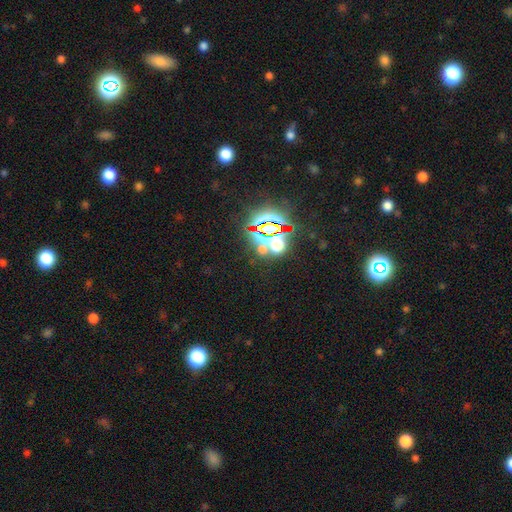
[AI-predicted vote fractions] Smooth or featured: star or artifact — 81% (smooth — 12%)